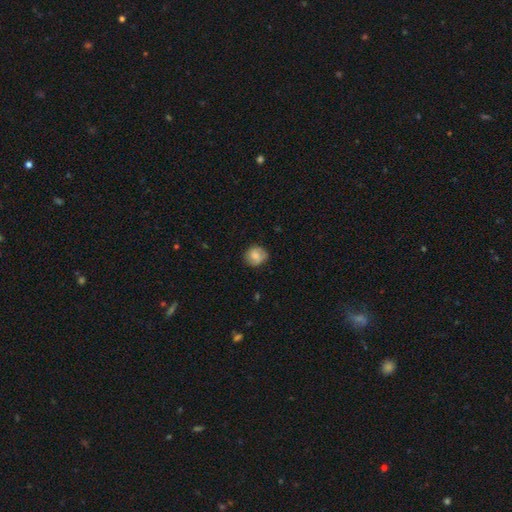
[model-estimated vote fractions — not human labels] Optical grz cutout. It shows a smooth galaxy with no disk features (72%) that is round (78%). Merging: none (75%).